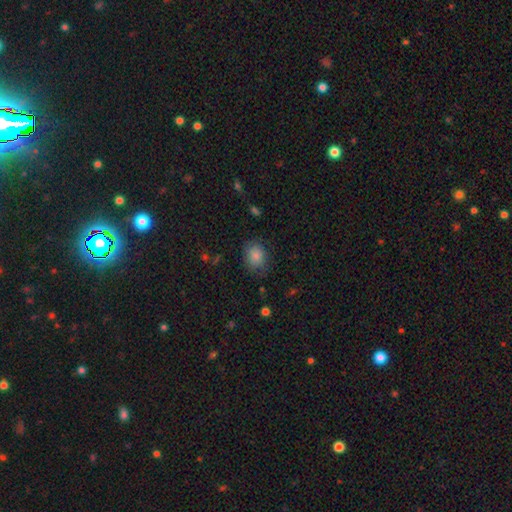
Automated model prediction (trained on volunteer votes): smooth_or_featured: smooth (p=0.84) [alt: star or artifact p=0.09]
how_rounded: round (p=0.53) [alt: in between p=0.46]
merging: none (p=0.73) [alt: minor disturbance p=0.19]